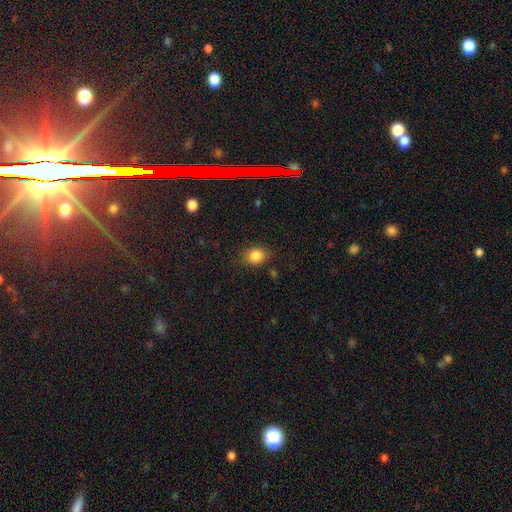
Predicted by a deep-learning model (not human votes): The model was most divided on "how rounded": round: 57%, in between: 42%, cigar-shaped: 1%. More confident: smooth or featured — smooth (83%); merging — none (79%).